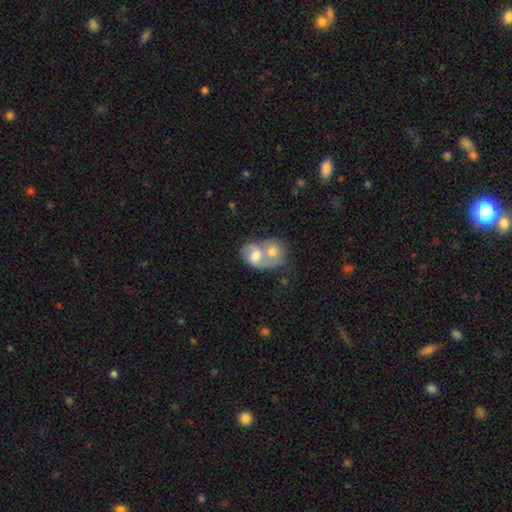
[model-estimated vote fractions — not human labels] The model was most divided on "smooth or featured": smooth: 53%, featured or disk: 40%, star or artifact: 7%. More confident: merging — merger (82%); how rounded — in between (60%).